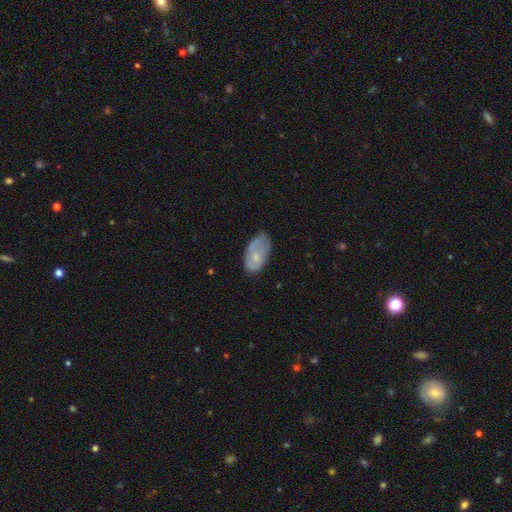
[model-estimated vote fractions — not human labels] A smooth galaxy with no disk features (57%) that is in between round and cigar-shaped (93%).

Vote fractions:
- Smooth or featured? smooth: 57% / featured or disk: 35% / star or artifact: 8%
- How rounded? in between: 93% / round: 4% / cigar-shaped: 2%
- Merging? none: 59% / minor disturbance: 31% / major disturbance: 9% / merger: 2%